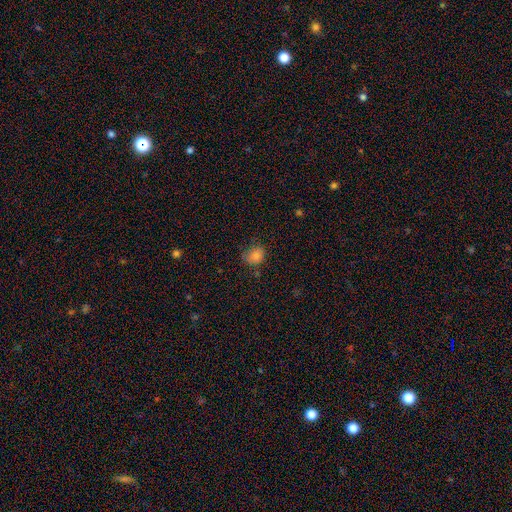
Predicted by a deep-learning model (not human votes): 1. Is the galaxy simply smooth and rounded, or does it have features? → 79% smooth, 12% star or artifact, 9% featured or disk.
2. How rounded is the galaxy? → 57% round, 42% in between, 1% cigar-shaped.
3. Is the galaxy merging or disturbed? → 63% none, 27% minor disturbance, 7% major disturbance, 2% merger.